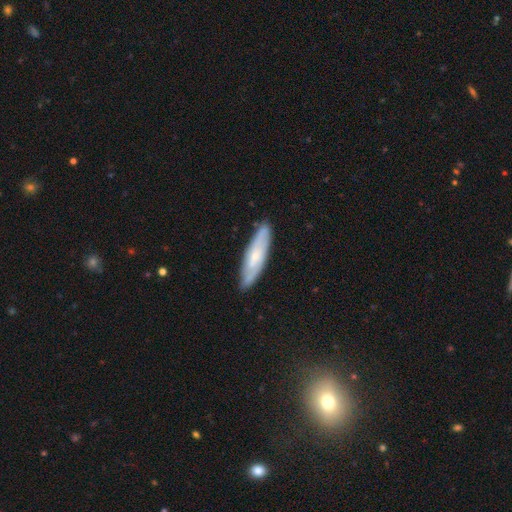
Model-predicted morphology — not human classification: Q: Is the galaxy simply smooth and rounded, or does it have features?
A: featured or disk — 51%.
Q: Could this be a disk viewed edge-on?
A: no — 57%.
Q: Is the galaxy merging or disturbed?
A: none — 84%.